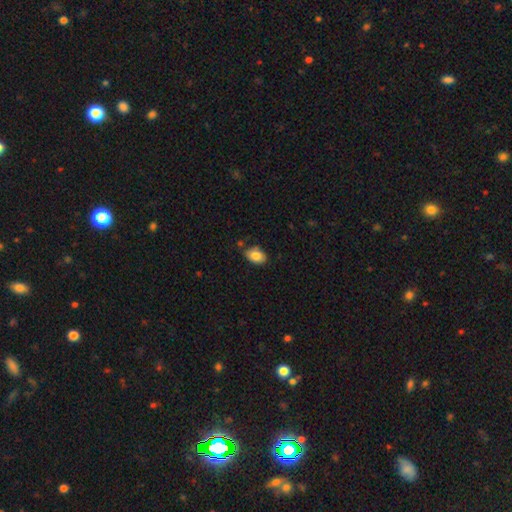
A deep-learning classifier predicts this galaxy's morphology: Smooth or featured: smooth — 83% (featured or disk — 9%)
How rounded: in between — 84% (round — 15%)
Merging: none — 73% (minor disturbance — 20%)